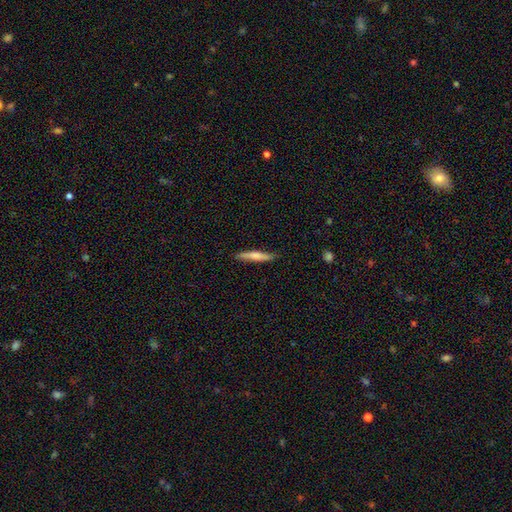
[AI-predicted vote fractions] Overall: smooth (62%; featured or disk 32%). How rounded: cigar-shaped (92%). Merging: none (86%).